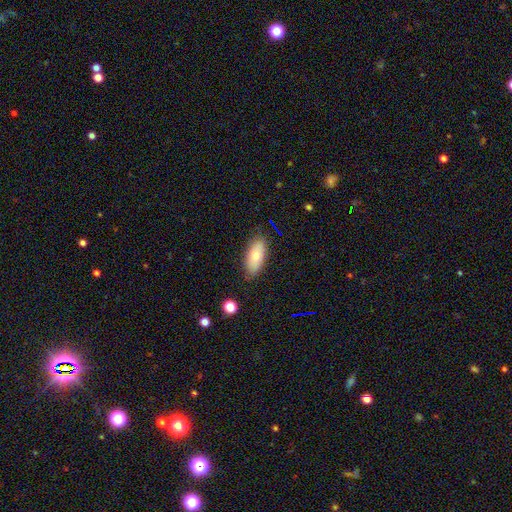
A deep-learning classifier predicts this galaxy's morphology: A smooth galaxy with no disk features (73%) that is in between round and cigar-shaped (86%). Merging: none (81%).